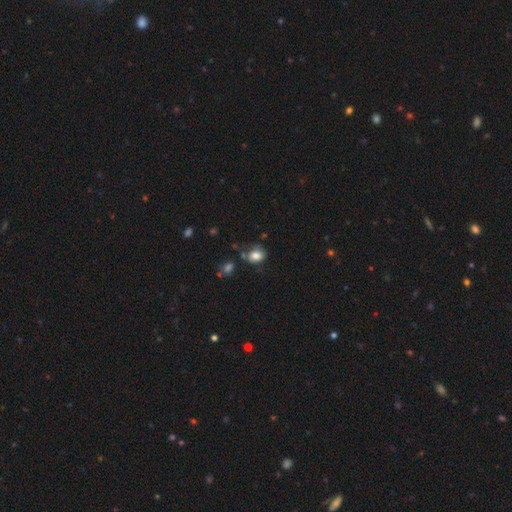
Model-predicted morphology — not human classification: Smooth or featured? Predicted: smooth (p=0.80). How rounded? Predicted: in between (p=0.59). Merging? Predicted: none (p=0.56).